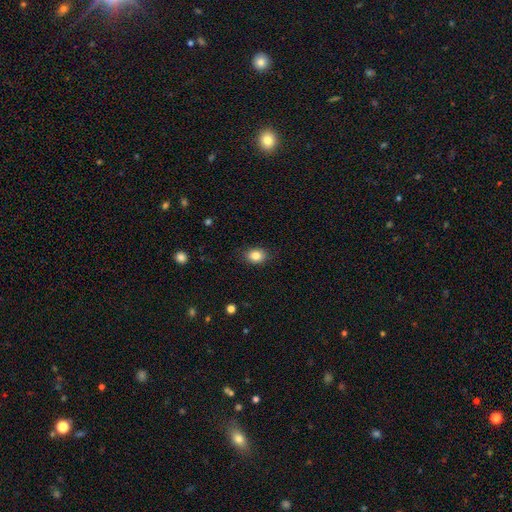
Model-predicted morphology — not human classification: Smooth or featured?
  - smooth: 85% *
  - star or artifact: 9%
  - featured or disk: 6%
How rounded?
  - in between: 59% *
  - round: 40%
  - cigar-shaped: 1%
Merging?
  - none: 86% *
  - minor disturbance: 10%
  - major disturbance: 2%
  - merger: 1%